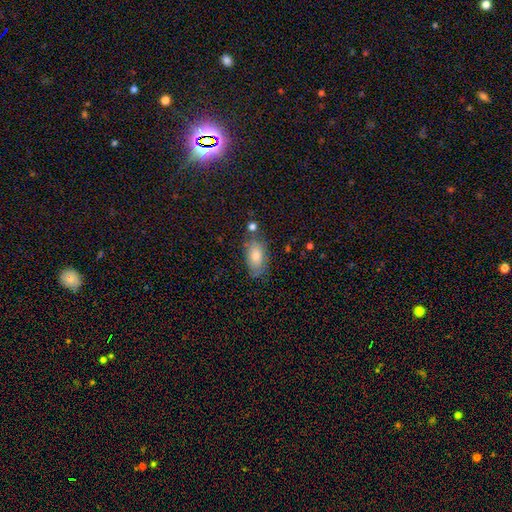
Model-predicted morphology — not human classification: This is likely a smooth galaxy (72%). How rounded: clearly in between (89%). Merging: likely none (67%).